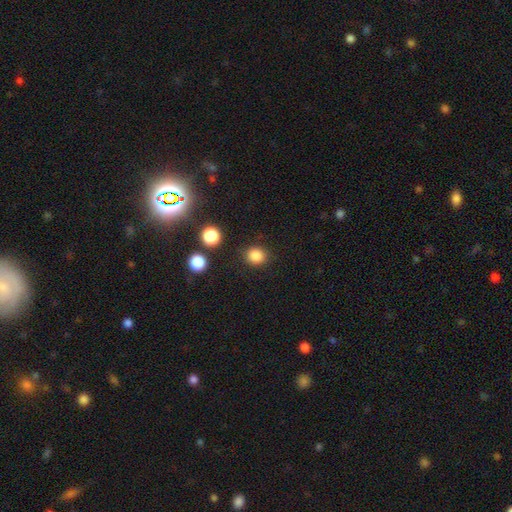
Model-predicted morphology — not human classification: Q: Smooth or featured?
A: smooth (85%); runner-up: star or artifact (12%)
Q: How rounded?
A: round (80%); runner-up: in between (19%)
Q: Merging?
A: none (86%); runner-up: minor disturbance (9%)